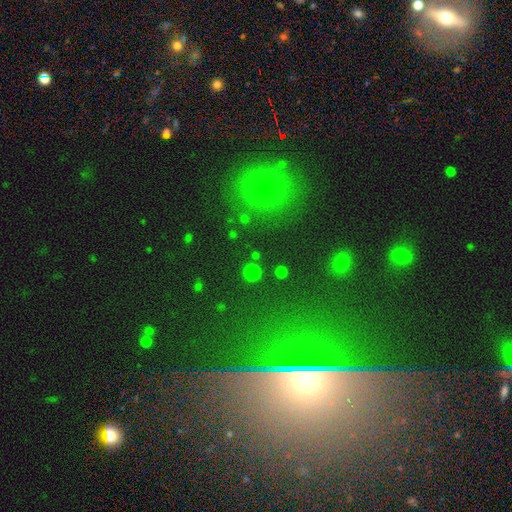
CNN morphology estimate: The model was most divided on "smooth or featured": smooth: 50%, star or artifact: 41%, featured or disk: 9%. More confident: merging — none (86%).